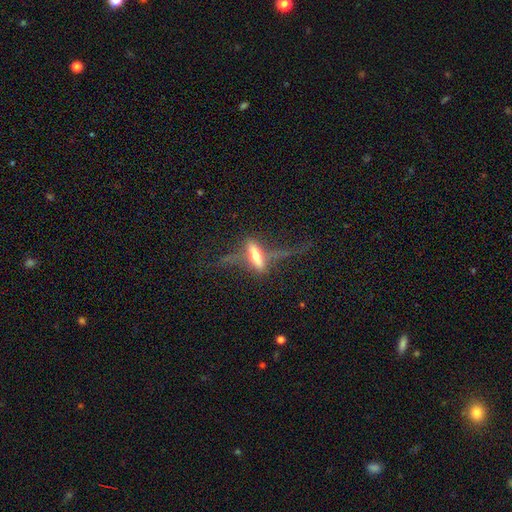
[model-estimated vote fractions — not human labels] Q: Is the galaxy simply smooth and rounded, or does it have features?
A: featured or disk — 66%.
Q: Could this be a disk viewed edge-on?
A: yes — 79%.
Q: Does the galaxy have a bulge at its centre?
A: rounded — 88%.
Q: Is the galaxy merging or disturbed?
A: none — 46%.